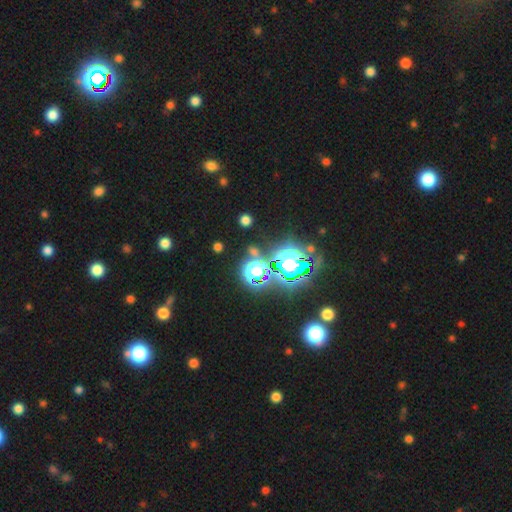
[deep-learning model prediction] smooth_or_featured: star or artifact (p=0.69) [alt: smooth p=0.22]